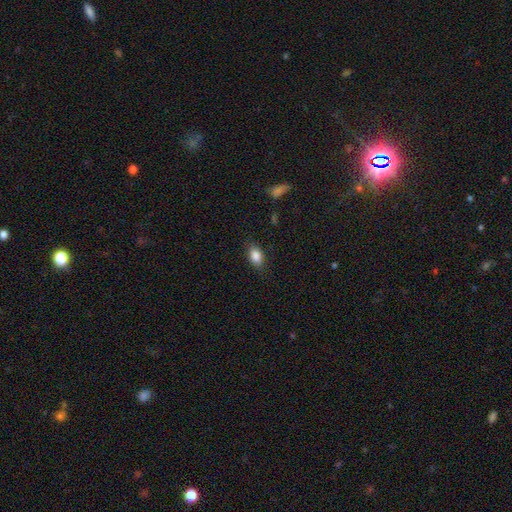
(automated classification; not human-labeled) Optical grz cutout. It shows a smooth galaxy with no disk features (85%) that is in between round and cigar-shaped (84%). Merging: none (84%).